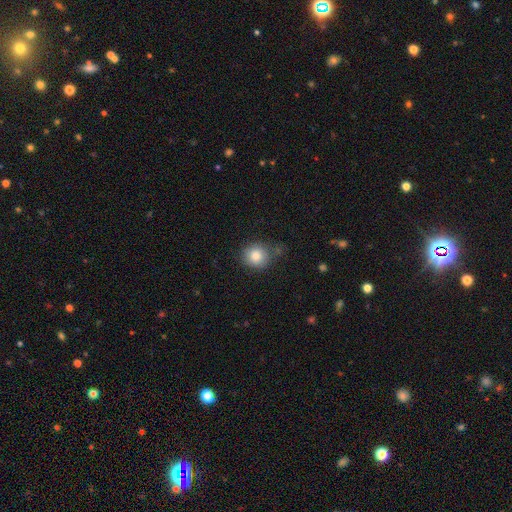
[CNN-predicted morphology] Q: Smooth or featured?
A: smooth (85%); runner-up: star or artifact (8%)
Q: How rounded?
A: round (87%); runner-up: in between (12%)
Q: Merging?
A: none (70%); runner-up: minor disturbance (19%)